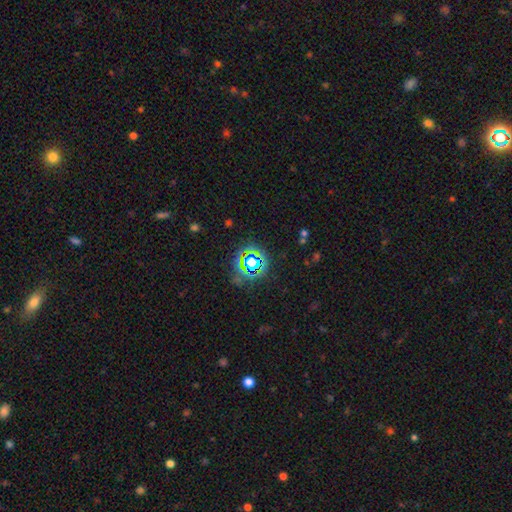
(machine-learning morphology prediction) smooth_or_featured: star or artifact (p=0.71) [alt: smooth p=0.18]